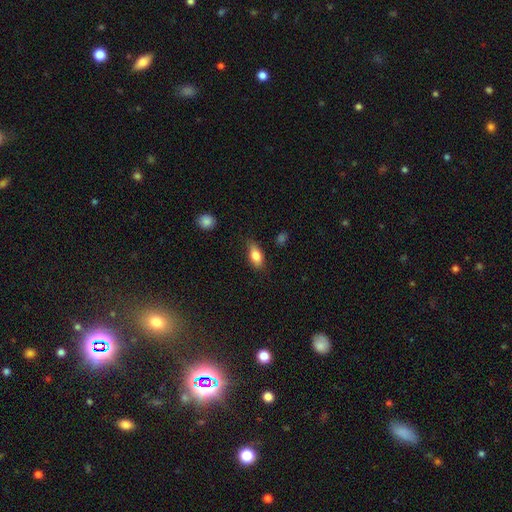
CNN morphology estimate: smooth 83%, featured or disk 10%, star or artifact 7%. Down the decision tree: how rounded — in between (86%); merging — none (69%).